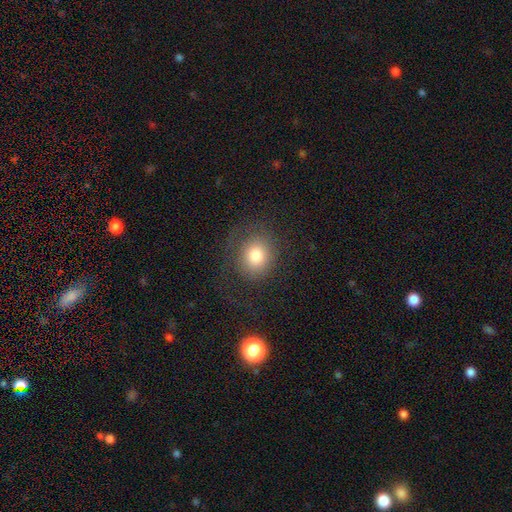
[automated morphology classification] Smooth or featured? smooth (77%)
How rounded? round (78%)
Merging? none (69%)